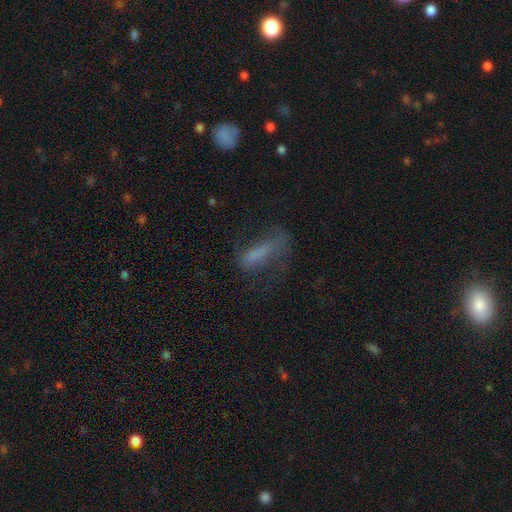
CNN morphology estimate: Smooth or featured?
  - smooth: 58% *
  - featured or disk: 27%
  - star or artifact: 15%
How rounded?
  - cigar-shaped: 60% *
  - in between: 37%
  - round: 3%
Merging?
  - none: 40% *
  - major disturbance: 33%
  - minor disturbance: 24%
  - merger: 3%